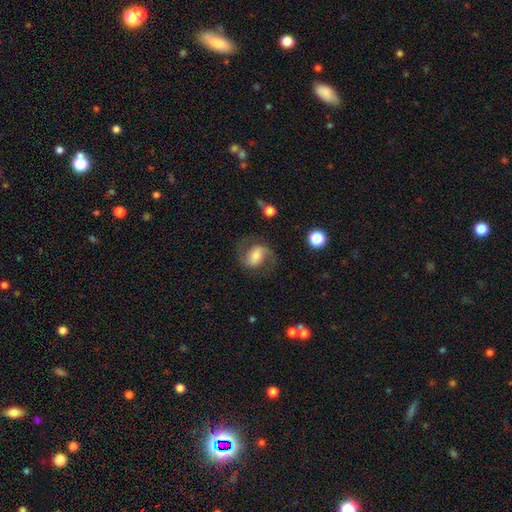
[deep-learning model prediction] This is likely a featured or disk galaxy (67%). It is clearly not viewed edge-on (97%). Bar: marginally weak (39%). Spiral arm pattern: clearly yes (92%). Spiral arm count: clearly 2 (89%). Spiral winding: possibly medium (52%). Central bulge: marginally moderate (43%). Merging: likely none (69%).